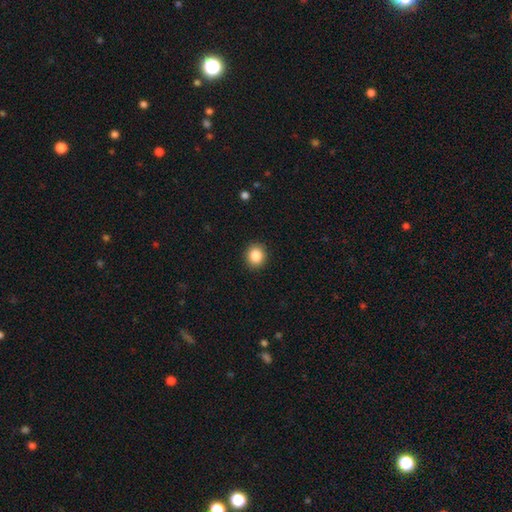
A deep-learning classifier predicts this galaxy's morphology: The model was most divided on "how rounded": round: 80%, in between: 19%, cigar-shaped: 1%. More confident: merging — none (91%); smooth or featured — smooth (87%).